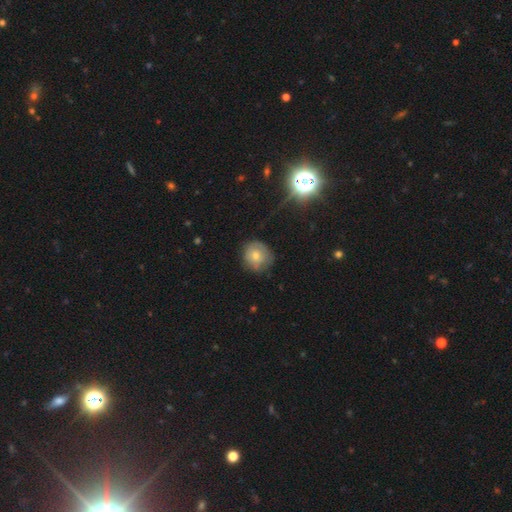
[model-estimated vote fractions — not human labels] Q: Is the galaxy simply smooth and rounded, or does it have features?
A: smooth — 67%.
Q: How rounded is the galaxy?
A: round — 86%.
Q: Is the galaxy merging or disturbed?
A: none — 71%.